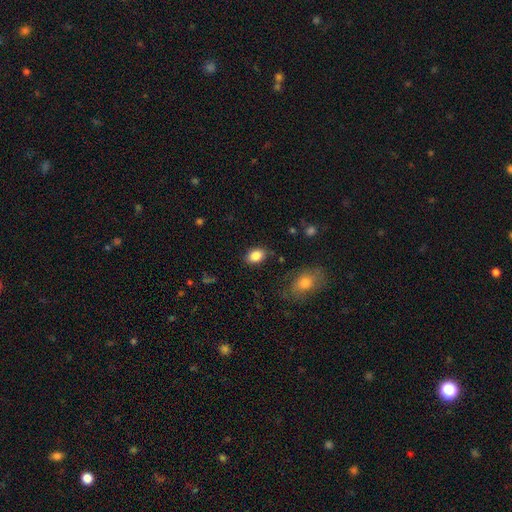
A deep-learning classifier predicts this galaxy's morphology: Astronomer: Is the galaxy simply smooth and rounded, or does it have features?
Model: smooth — 85%.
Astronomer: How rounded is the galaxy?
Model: in between — 83%.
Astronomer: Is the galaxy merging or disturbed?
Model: none — 83%.